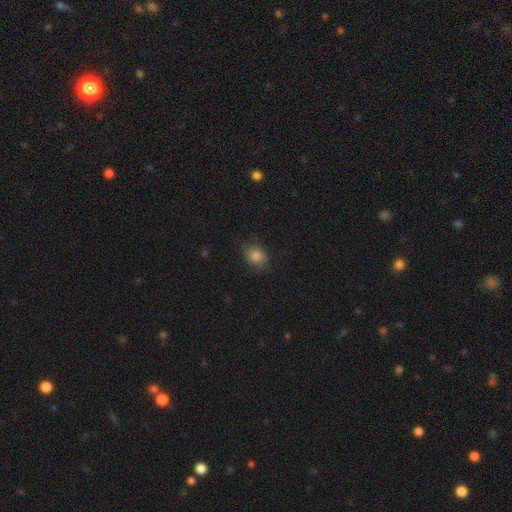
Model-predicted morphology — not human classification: A smooth galaxy with no disk features (81%) that is round (53%).

Vote fractions:
- Smooth or featured? smooth: 81% / star or artifact: 10% / featured or disk: 9%
- How rounded? round: 53% / in between: 46% / cigar-shaped: 1%
- Merging? none: 73% / minor disturbance: 20% / major disturbance: 6% / merger: 1%